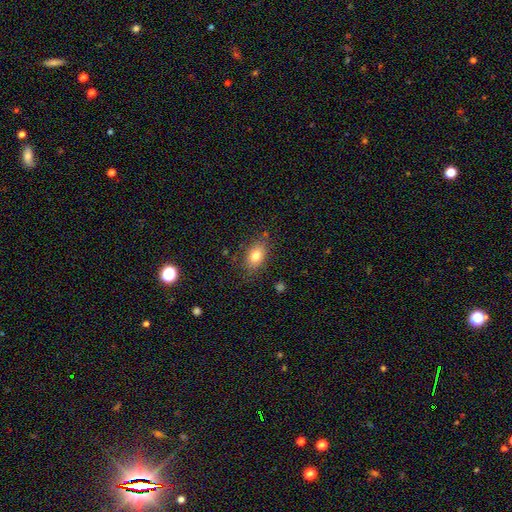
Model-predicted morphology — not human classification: smooth 78%, featured or disk 12%, star or artifact 10%. Down the decision tree: how rounded — in between (83%); merging — none (79%).